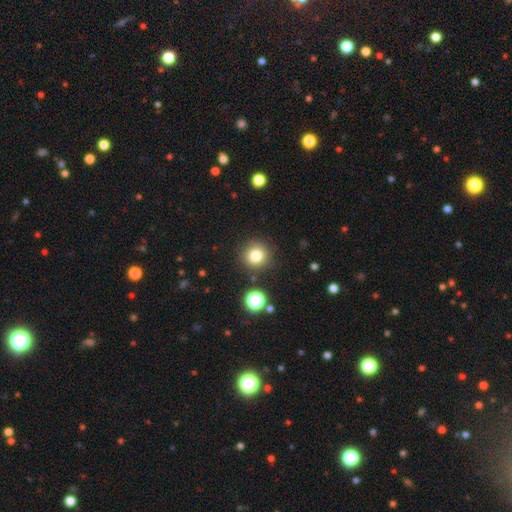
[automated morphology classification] Smooth or featured?
  - smooth: 79% *
  - star or artifact: 13%
  - featured or disk: 8%
How rounded?
  - round: 93% *
  - in between: 6%
  - cigar-shaped: 1%
Merging?
  - none: 87% *
  - minor disturbance: 7%
  - merger: 3%
  - major disturbance: 3%